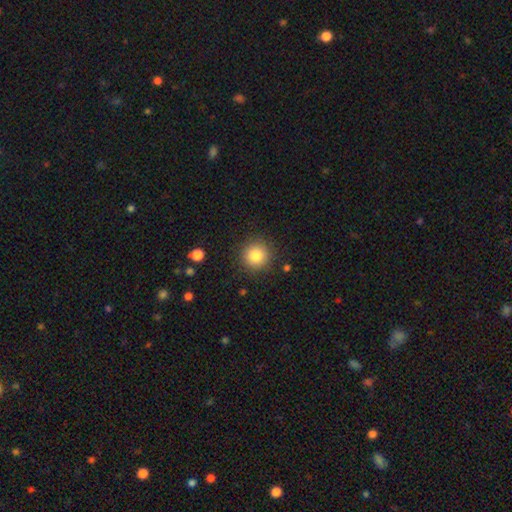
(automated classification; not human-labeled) A smooth galaxy with no disk features (83%) that is round (94%). Merging: none (89%).